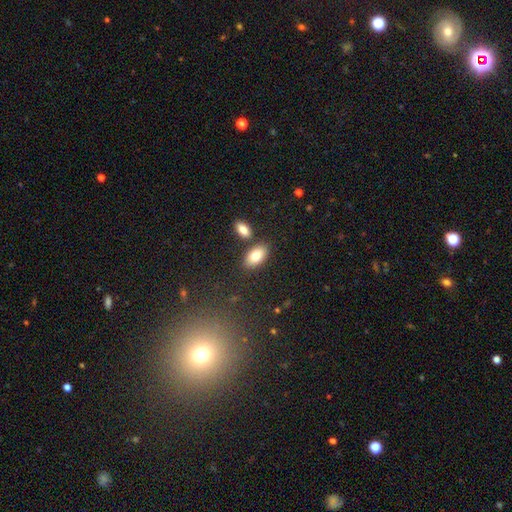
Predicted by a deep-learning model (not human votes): Smooth or featured: smooth — 82% (featured or disk — 11%)
How rounded: in between — 93% (round — 4%)
Merging: none — 76% (merger — 12%)